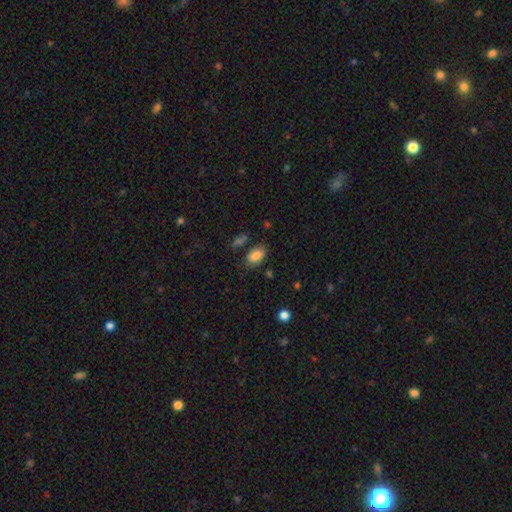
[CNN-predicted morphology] Smooth or featured? Predicted: smooth (p=0.84). How rounded? Predicted: in between (p=0.90). Merging? Predicted: none (p=0.75).